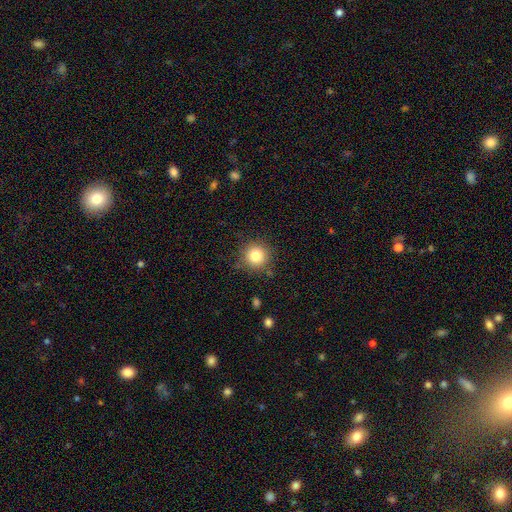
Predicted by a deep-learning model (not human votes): smooth_or_featured: smooth (p=0.81) [alt: star or artifact p=0.11]
how_rounded: round (p=0.95) [alt: in between p=0.04]
merging: none (p=0.86) [alt: minor disturbance p=0.09]